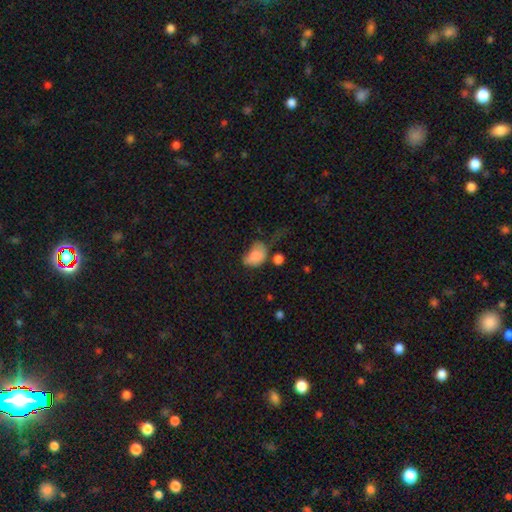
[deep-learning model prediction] The model was most divided on "merging": major disturbance: 35%, minor disturbance: 31%, none: 23%, merger: 11%. More confident: how rounded — in between (78%); smooth or featured — smooth (75%).